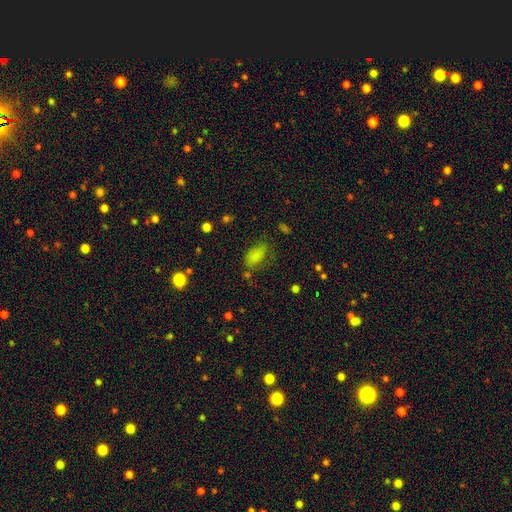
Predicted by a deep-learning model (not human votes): Q: Smooth or featured?
A: smooth (80%); runner-up: star or artifact (12%)
Q: How rounded?
A: in between (91%); runner-up: round (6%)
Q: Merging?
A: none (59%); runner-up: minor disturbance (25%)